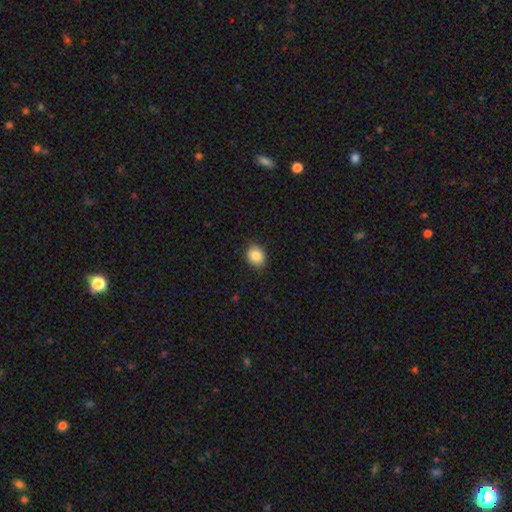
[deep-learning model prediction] The model was most divided on "how rounded": round: 57%, in between: 42%, cigar-shaped: 1%. More confident: merging — none (86%); smooth or featured — smooth (84%).